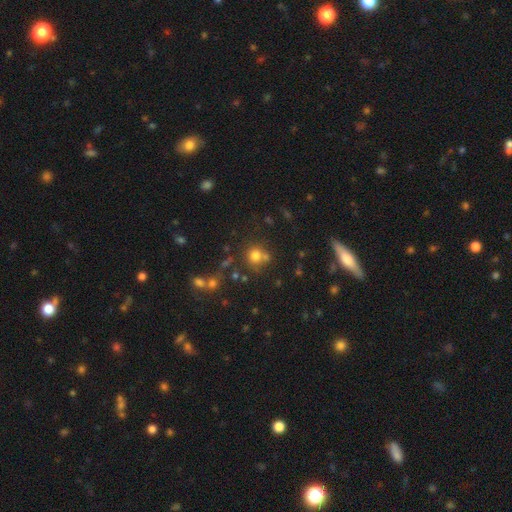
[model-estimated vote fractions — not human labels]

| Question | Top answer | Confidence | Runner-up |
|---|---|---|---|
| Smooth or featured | smooth | 74% | star or artifact (16%) |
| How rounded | round | 86% | in between (13%) |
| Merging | none | 59% | merger (23%) |